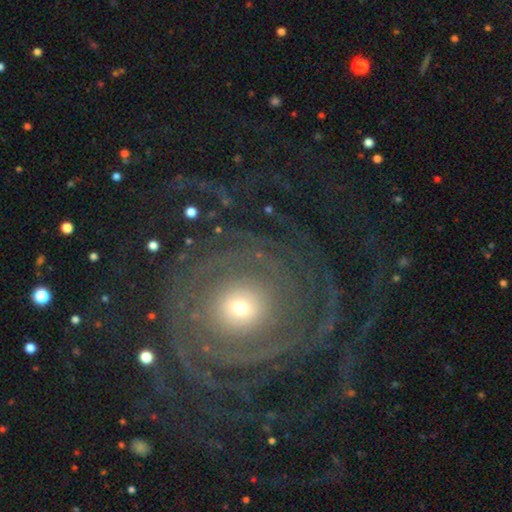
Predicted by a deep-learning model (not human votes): Smooth or featured: featured or disk — 84% (star or artifact — 8%)
Edge-on disk: no — 97% (yes — 3%)
Bar: no — 82% (weak — 12%)
Spiral arms: yes — 93% (no — 7%)
Spiral winding: tight — 71% (medium — 20%)
Spiral arm count: can't tell — 27% (2 — 19%)
Bulge size: small — 59% (moderate — 33%)
Merging: none — 71% (major disturbance — 16%)